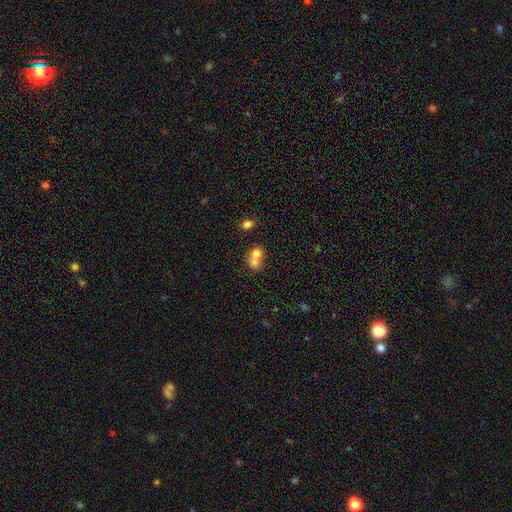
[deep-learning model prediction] The model was most divided on "how rounded": round: 58%, in between: 41%, cigar-shaped: 1%. More confident: smooth or featured — smooth (71%); merging — merger (70%).